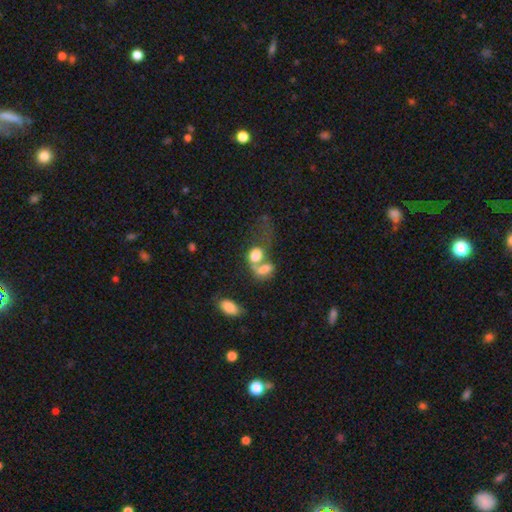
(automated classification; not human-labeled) smooth 73%, featured or disk 15%, star or artifact 11%. Down the decision tree: how rounded — in between (66%); merging — merger (57%).